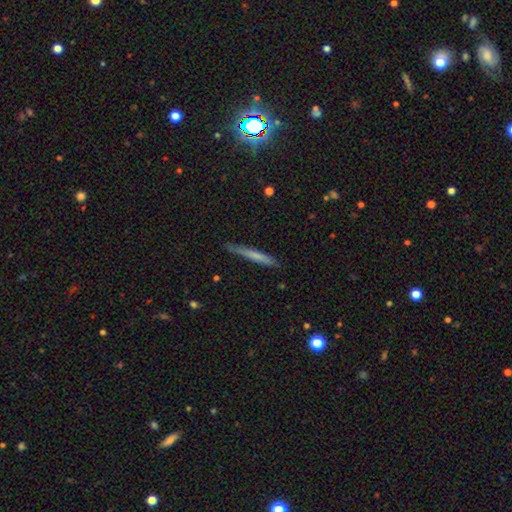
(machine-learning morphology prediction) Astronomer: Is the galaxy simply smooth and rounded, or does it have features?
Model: smooth — 61%.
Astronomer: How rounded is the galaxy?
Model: cigar-shaped — 96%.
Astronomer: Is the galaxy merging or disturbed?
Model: none — 85%.